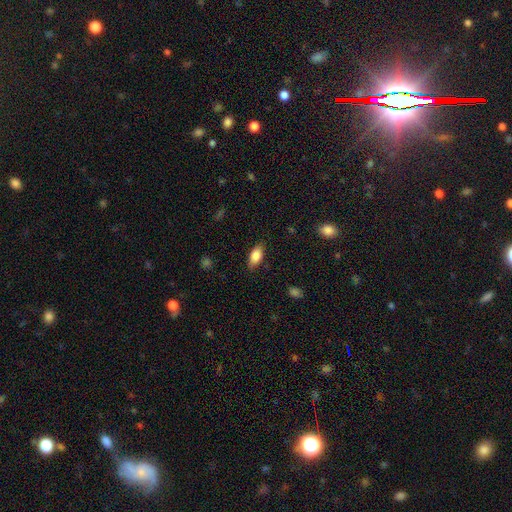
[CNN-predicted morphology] This appears to be a smooth galaxy with no disk features (81%) that is in between round and cigar-shaped (87%). Merging: none (84%).